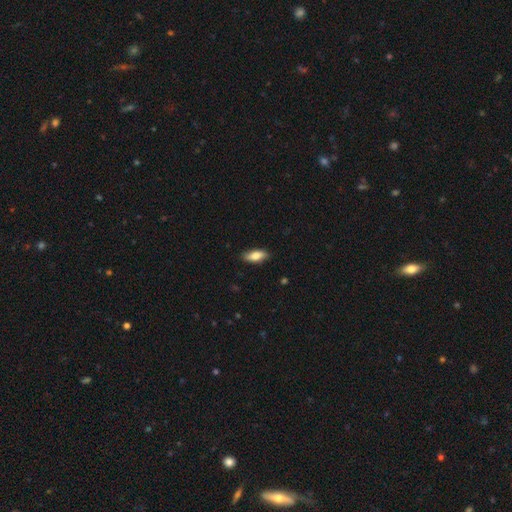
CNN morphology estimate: Smooth or featured? smooth (79%)
How rounded? in between (77%)
Merging? none (86%)